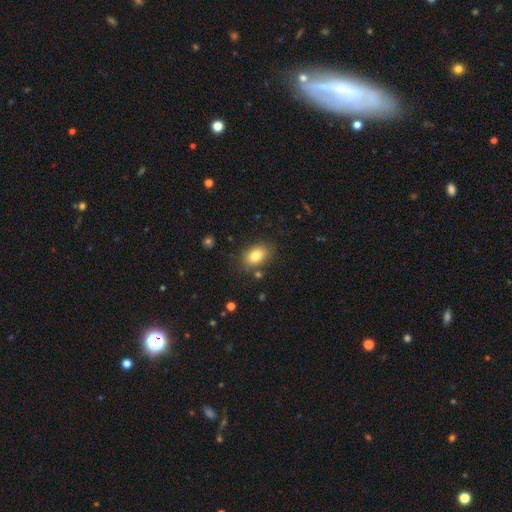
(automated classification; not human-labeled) This is clearly a smooth galaxy (80%). How rounded: clearly in between (82%). Merging: clearly none (82%).